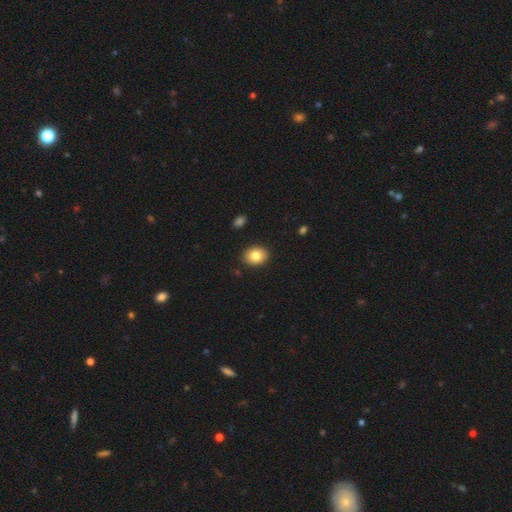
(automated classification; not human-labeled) This appears to be a smooth galaxy with no disk features (83%) that is in between round and cigar-shaped (52%). Merging: none (90%).